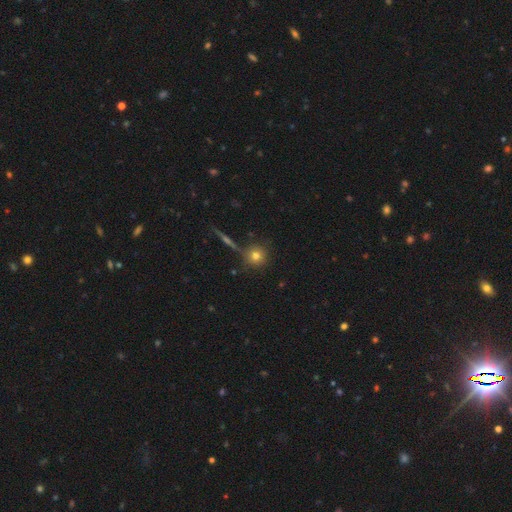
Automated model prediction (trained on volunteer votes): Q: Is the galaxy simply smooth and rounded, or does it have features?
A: smooth — 74%.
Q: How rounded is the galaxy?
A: round — 93%.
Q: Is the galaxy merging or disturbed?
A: none — 79%.